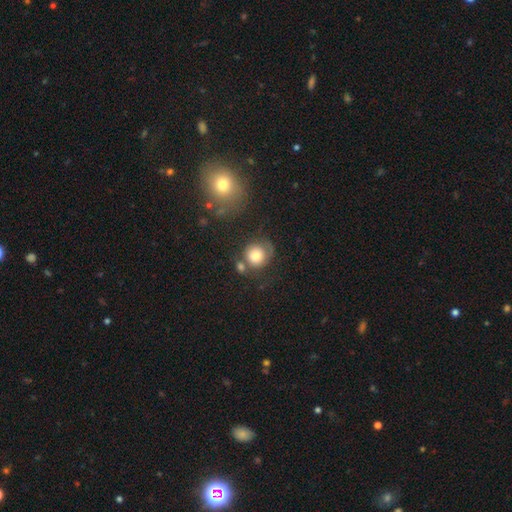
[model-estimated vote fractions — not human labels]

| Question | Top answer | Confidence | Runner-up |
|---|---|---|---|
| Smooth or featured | smooth | 75% | featured or disk (16%) |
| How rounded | round | 87% | in between (12%) |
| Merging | none | 50% | minor disturbance (19%) |